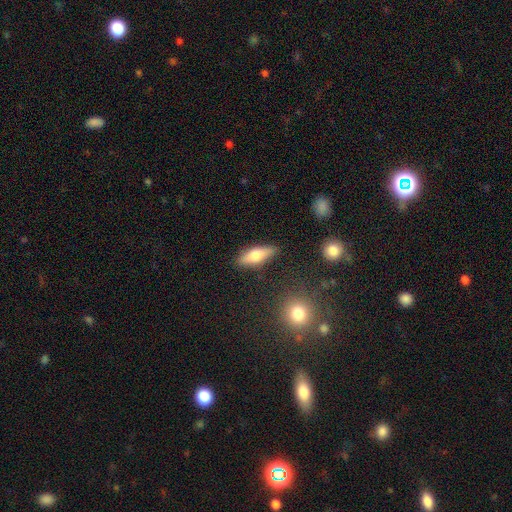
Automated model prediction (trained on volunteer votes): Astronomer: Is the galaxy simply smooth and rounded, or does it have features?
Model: smooth — 63%.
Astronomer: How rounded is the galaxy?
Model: in between — 56% (runner-up: cigar-shaped, 41%).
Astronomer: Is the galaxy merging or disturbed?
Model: none — 85%.